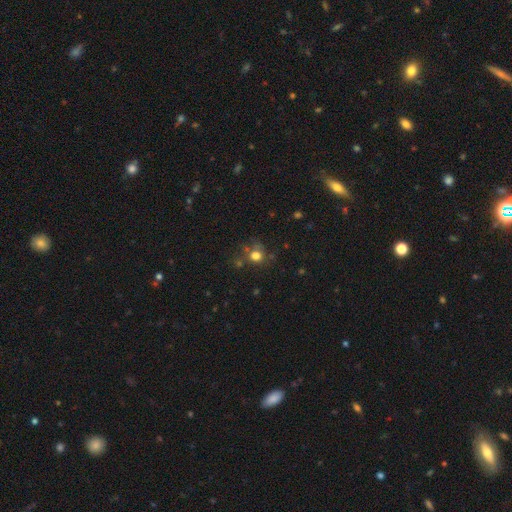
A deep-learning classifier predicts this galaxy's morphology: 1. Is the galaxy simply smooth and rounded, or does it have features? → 73% smooth, 17% star or artifact, 10% featured or disk.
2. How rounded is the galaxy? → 80% round, 19% in between, 1% cigar-shaped.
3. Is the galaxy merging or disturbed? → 62% none, 17% minor disturbance, 11% merger, 10% major disturbance.